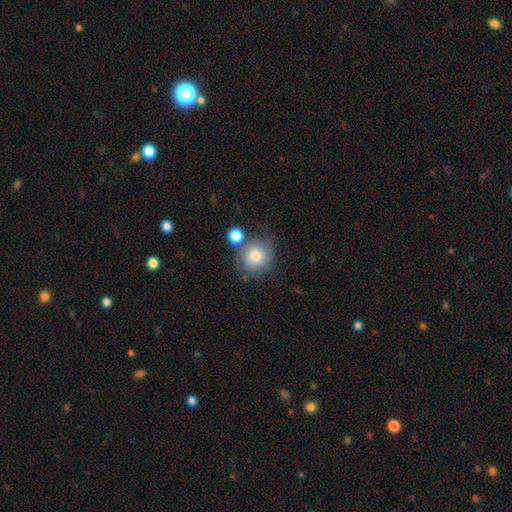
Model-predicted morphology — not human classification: The model was most divided on "merging": none: 53%, minor disturbance: 21%, merger: 16%, major disturbance: 10%. More confident: how rounded — round (79%); smooth or featured — smooth (68%).